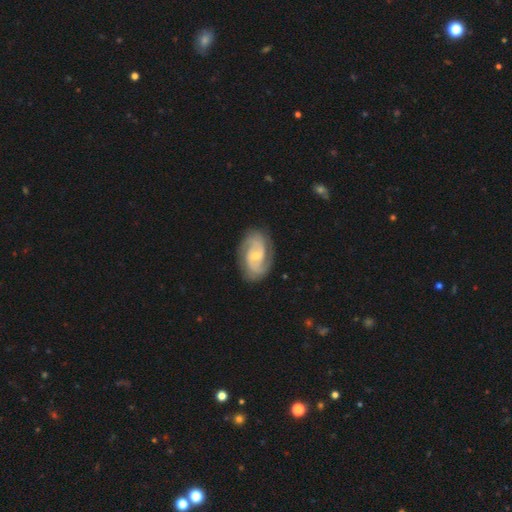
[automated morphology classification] The model was most divided on "spiral winding": medium: 46%, tight: 44%, loose: 10%. Remaining: edge-on disk — no (97%); spiral arms — yes (97%); smooth or featured — featured or disk (87%); merging — none (80%); spiral arm count — 2 (74%); bulge size — small (59%); bar — no (47%).